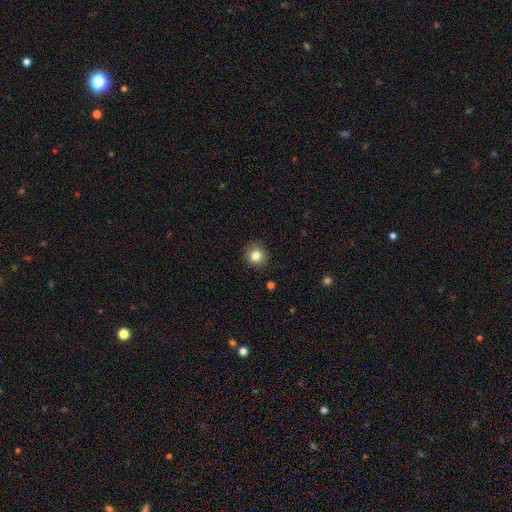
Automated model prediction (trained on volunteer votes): Smooth or featured? Predicted: smooth (p=0.82). How rounded? Predicted: round (p=0.91). Merging? Predicted: none (p=0.89).